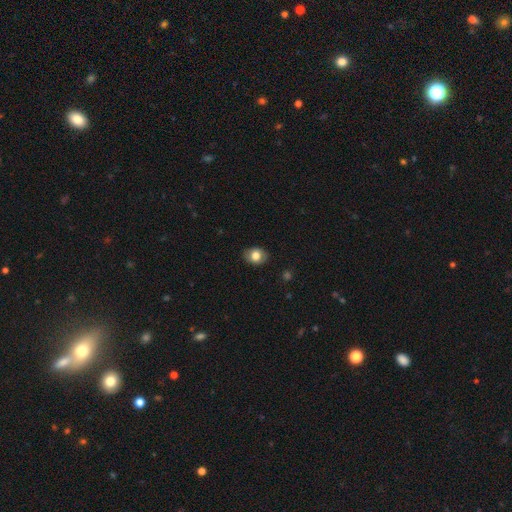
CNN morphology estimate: A smooth galaxy with no disk features (78%) that is in between round and cigar-shaped (63%). Merging: none (85%).